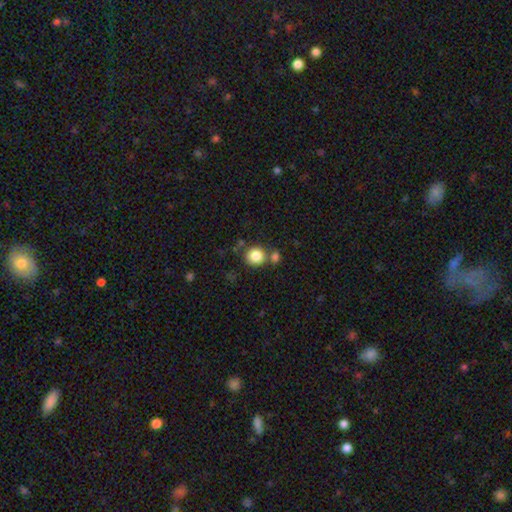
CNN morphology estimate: Smooth or featured?
  - smooth: 84% *
  - star or artifact: 9%
  - featured or disk: 6%
How rounded?
  - round: 89% *
  - in between: 10%
  - cigar-shaped: 1%
Merging?
  - none: 70% *
  - merger: 18%
  - minor disturbance: 9%
  - major disturbance: 3%